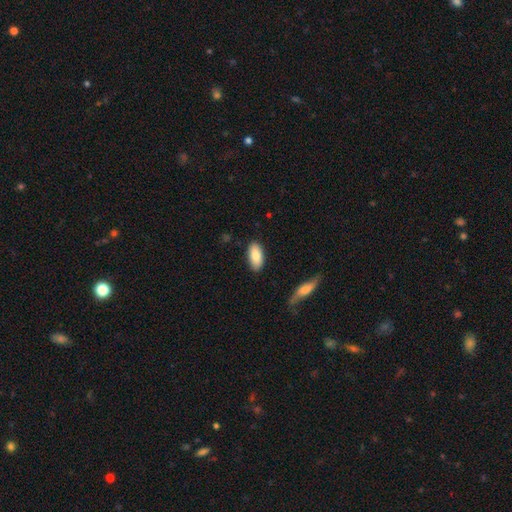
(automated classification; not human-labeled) This appears to be a smooth galaxy with no disk features (82%) that is in between round and cigar-shaped (91%). Merging: none (85%).